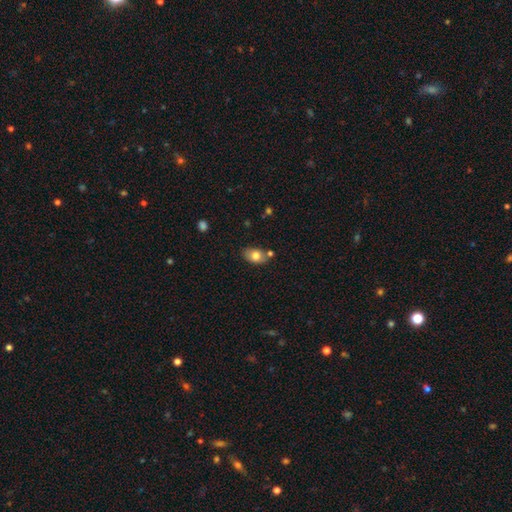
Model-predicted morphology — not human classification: Q: Smooth or featured?
A: smooth (77%); runner-up: featured or disk (14%)
Q: How rounded?
A: in between (82%); runner-up: round (16%)
Q: Merging?
A: none (67%); runner-up: minor disturbance (17%)